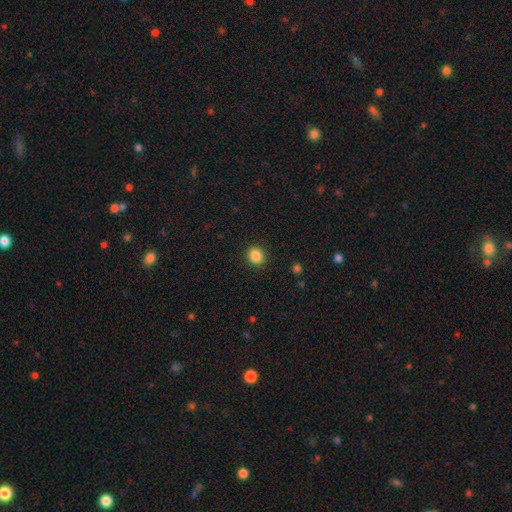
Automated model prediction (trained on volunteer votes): This is clearly a smooth galaxy (86%). How rounded: likely round (79%). Merging: clearly none (91%).